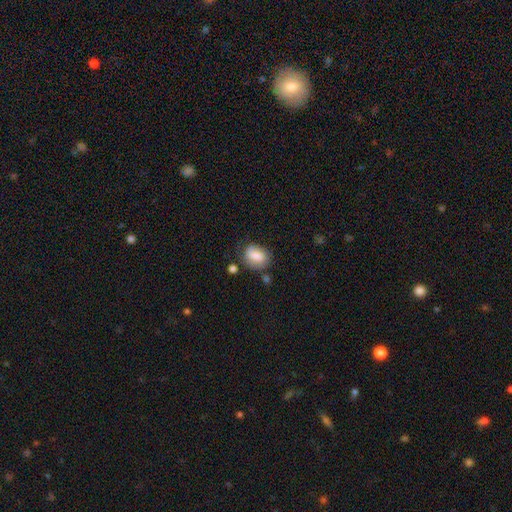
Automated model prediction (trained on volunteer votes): Smooth or featured? Predicted: smooth (p=0.80). How rounded? Predicted: in between (p=0.66). Merging? Predicted: none (p=0.61).